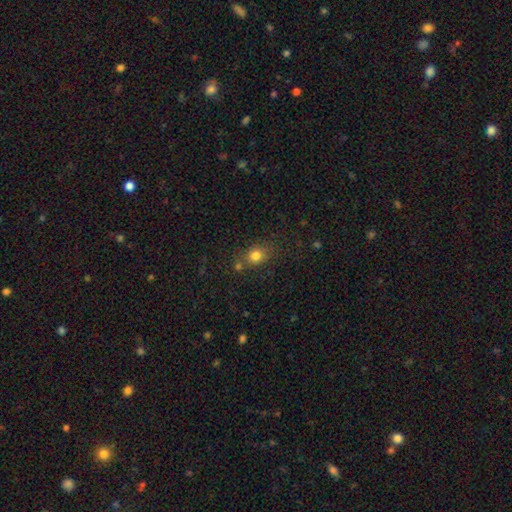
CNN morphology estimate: Smooth or featured: smooth — 79% (star or artifact — 13%)
How rounded: round — 63% (in between — 35%)
Merging: none — 68% (minor disturbance — 15%)